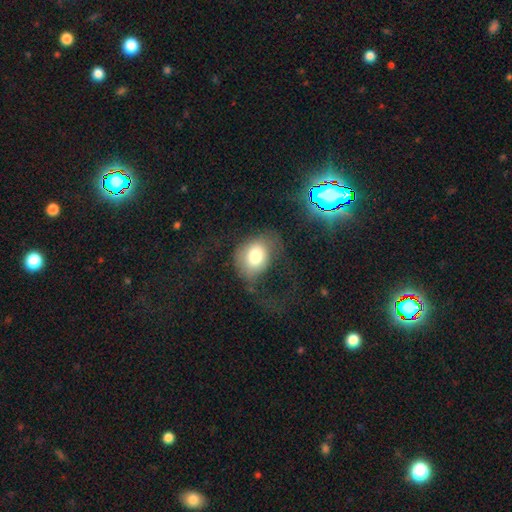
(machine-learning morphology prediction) This appears to be a smooth galaxy with no disk features (72%) that is in between round and cigar-shaped (53%). Merging: major disturbance (40%).